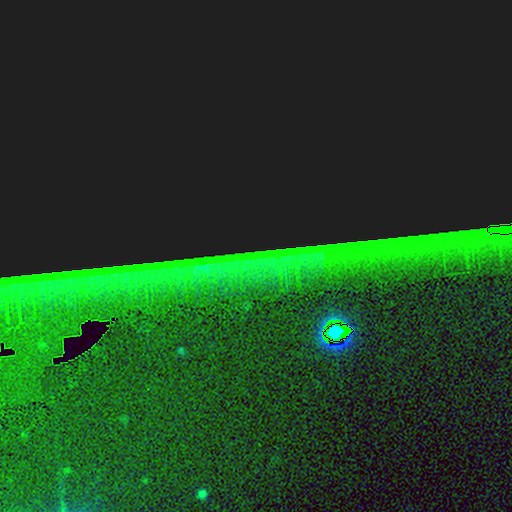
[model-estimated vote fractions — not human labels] Smooth or featured?
  - star or artifact: 88% *
  - featured or disk: 7%
  - smooth: 6%